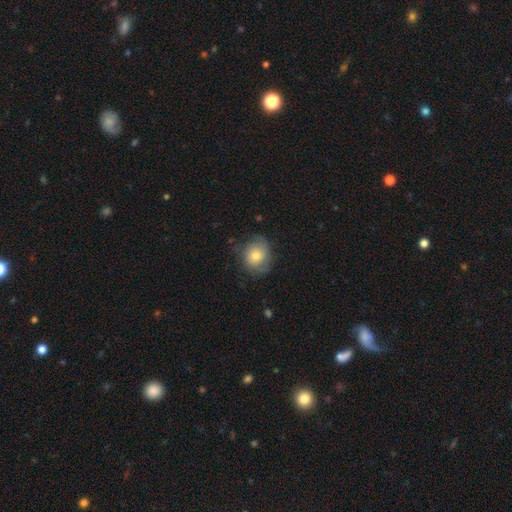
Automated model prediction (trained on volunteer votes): Smooth or featured? Predicted: smooth (p=0.65). How rounded? Predicted: round (p=0.71). Merging? Predicted: none (p=0.70).